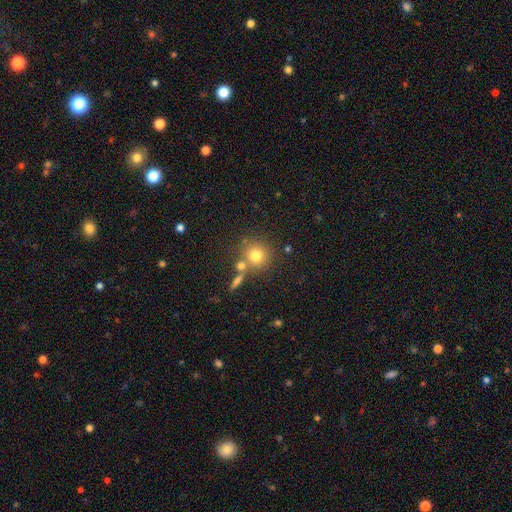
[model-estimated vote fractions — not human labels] smooth-or-featured: smooth: 75% | star or artifact: 14% | featured or disk: 12%
  how-rounded: round: 91% | in between: 8% | cigar-shaped: 1%
  merging: none: 68% | merger: 19% | minor disturbance: 9% | major disturbance: 4%